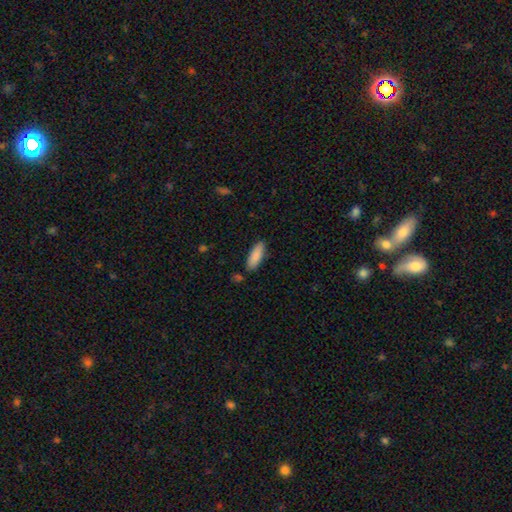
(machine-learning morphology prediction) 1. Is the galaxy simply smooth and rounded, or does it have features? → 88% smooth, 6% featured or disk, 6% star or artifact.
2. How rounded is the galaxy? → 62% in between, 37% cigar-shaped, 1% round.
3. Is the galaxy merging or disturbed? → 82% none, 12% minor disturbance, 4% merger, 2% major disturbance.